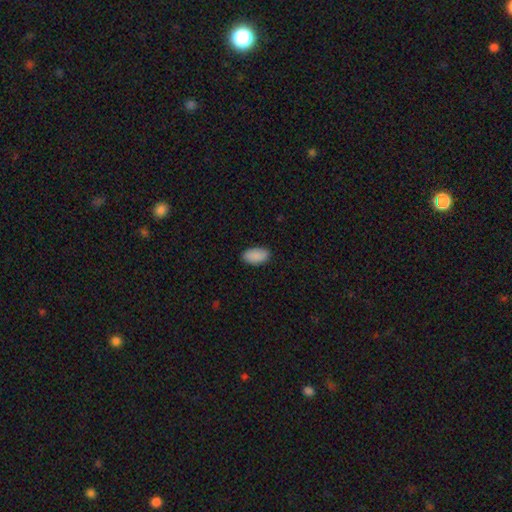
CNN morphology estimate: smooth_or_featured: smooth (p=0.90) [alt: star or artifact p=0.07]
how_rounded: in between (p=0.95) [alt: round p=0.03]
merging: none (p=0.87) [alt: minor disturbance p=0.10]